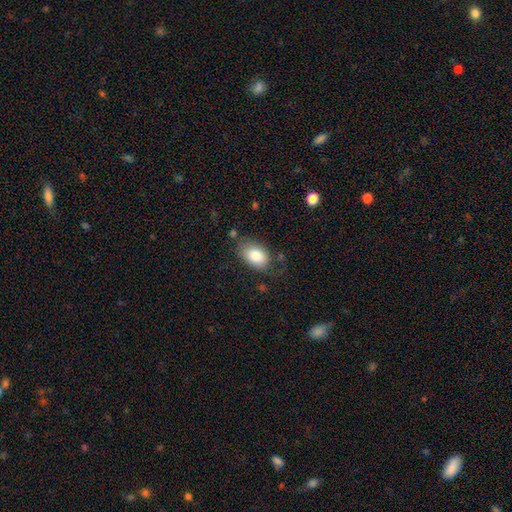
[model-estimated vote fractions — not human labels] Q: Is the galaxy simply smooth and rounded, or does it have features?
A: smooth — 82%.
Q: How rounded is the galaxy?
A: in between — 89%.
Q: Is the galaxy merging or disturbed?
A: none — 66%.